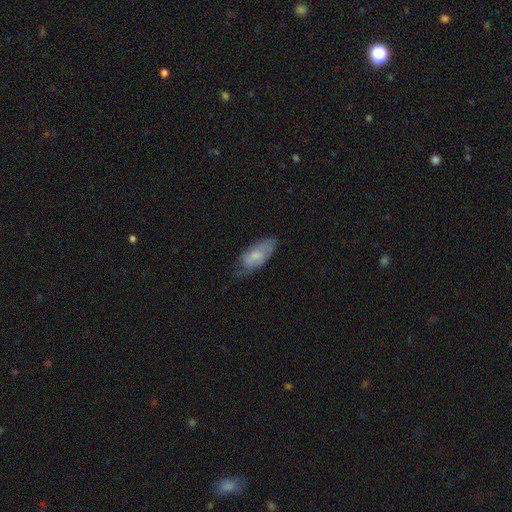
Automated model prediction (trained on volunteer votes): The model was most divided on "merging": none: 53%, minor disturbance: 33%, major disturbance: 12%, merger: 2%. More confident: how rounded — in between (83%); smooth or featured — smooth (58%).